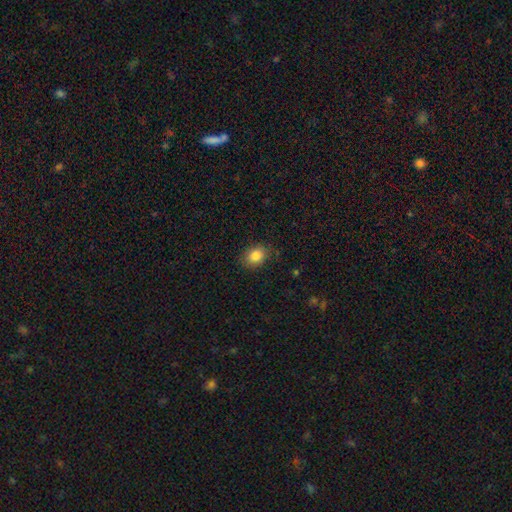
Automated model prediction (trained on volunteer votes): Smooth or featured? smooth (84%)
How rounded? in between (61%)
Merging? none (84%)